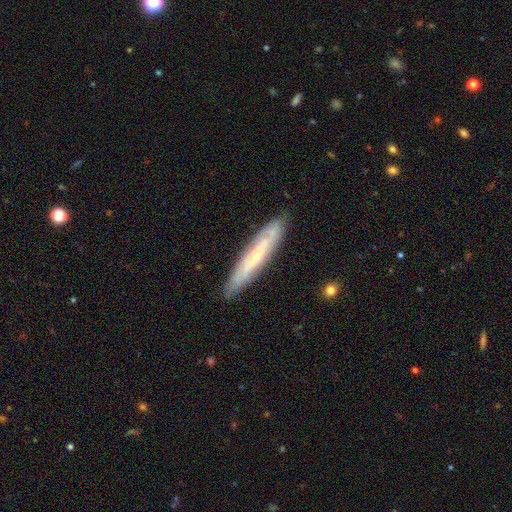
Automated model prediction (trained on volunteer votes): Q: Smooth or featured?
A: featured or disk (52%); runner-up: smooth (42%)
Q: Edge-on disk?
A: yes (66%); runner-up: no (34%)
Q: Merging?
A: none (85%); runner-up: minor disturbance (11%)